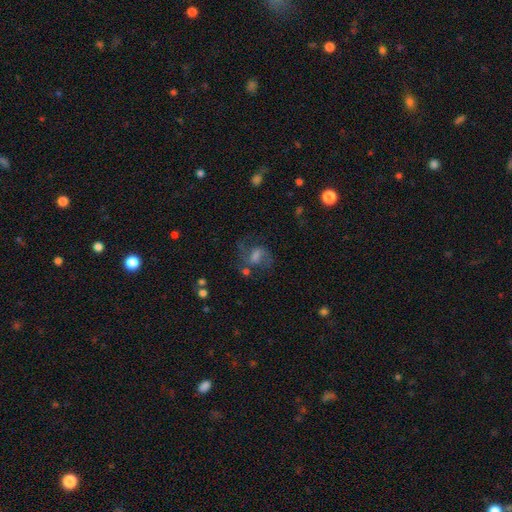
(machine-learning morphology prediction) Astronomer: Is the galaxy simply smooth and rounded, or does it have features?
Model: featured or disk — 60%.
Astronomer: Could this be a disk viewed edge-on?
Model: no — 96%.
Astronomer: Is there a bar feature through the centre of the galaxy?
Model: weak — 52% (runner-up: no, 28%).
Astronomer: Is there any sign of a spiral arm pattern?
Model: yes — 85%.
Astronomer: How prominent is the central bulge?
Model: moderate — 35% (runner-up: small, 26%).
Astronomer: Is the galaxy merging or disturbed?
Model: none — 55%.